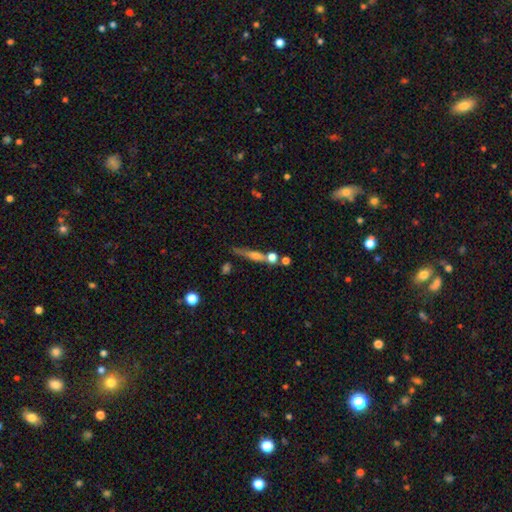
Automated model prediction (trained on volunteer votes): A featured or disk galaxy (56%) viewed edge-on (90%) with a rounded central bulge (78%).

Vote fractions:
- Smooth or featured? featured or disk: 56% / smooth: 32% / star or artifact: 11%
- Edge-on disk? yes: 90% / no: 10%
- Edge-on bulge? rounded: 78% / none: 14% / boxy: 8%
- Merging? none: 64% / merger: 16% / minor disturbance: 14% / major disturbance: 6%